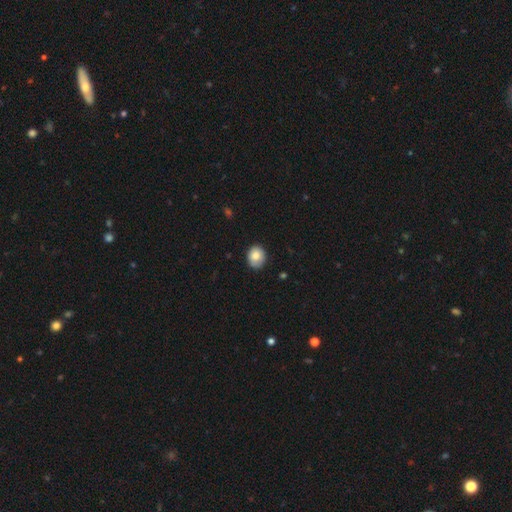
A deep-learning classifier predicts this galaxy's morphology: Smooth or featured?
  - smooth: 81% *
  - featured or disk: 11%
  - star or artifact: 8%
How rounded?
  - round: 68% *
  - in between: 31%
  - cigar-shaped: 1%
Merging?
  - none: 79% *
  - minor disturbance: 17%
  - major disturbance: 3%
  - merger: 1%